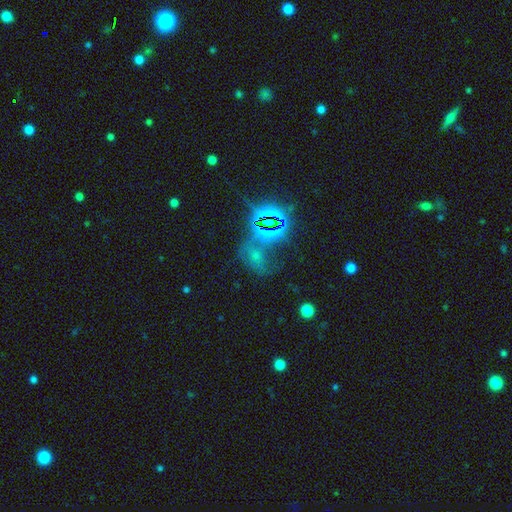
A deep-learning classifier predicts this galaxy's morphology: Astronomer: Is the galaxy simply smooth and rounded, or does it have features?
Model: star or artifact — 57%.